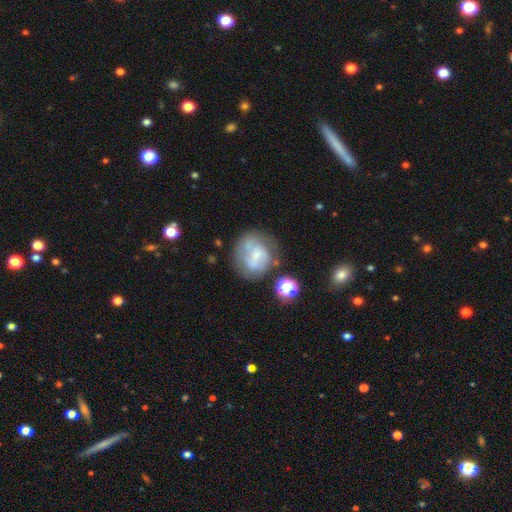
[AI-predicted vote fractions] A featured or disk galaxy (49%). Merging: none (51%).